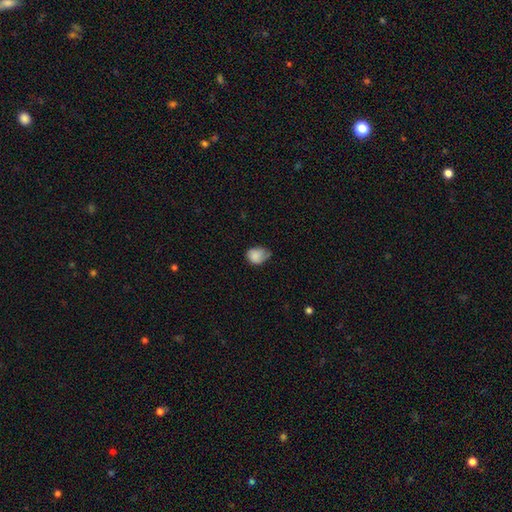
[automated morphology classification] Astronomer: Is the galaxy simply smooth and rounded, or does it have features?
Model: smooth — 84%.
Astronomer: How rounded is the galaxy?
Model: in between — 50% (runner-up: round, 49%).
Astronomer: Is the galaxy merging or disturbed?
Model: minor disturbance — 45% (runner-up: none, 42%).